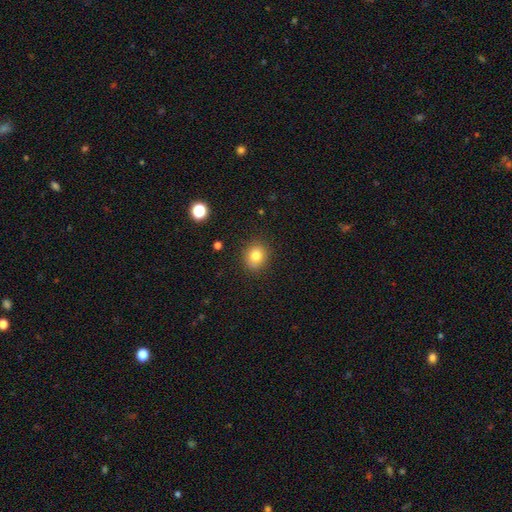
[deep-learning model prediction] smooth 81%, star or artifact 12%, featured or disk 8%. Down the decision tree: how rounded — round (79%); merging — none (87%).